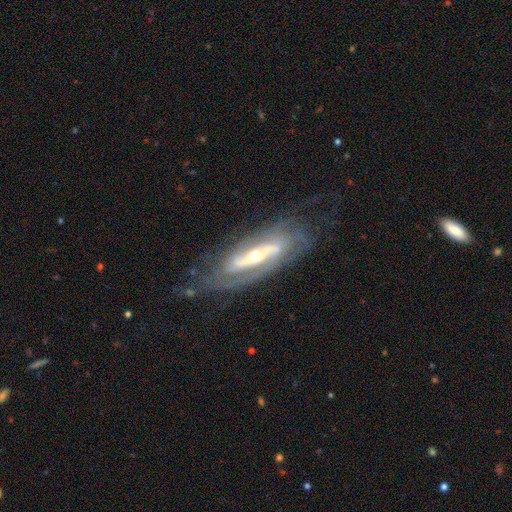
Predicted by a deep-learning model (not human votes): This appears to be a featured or disk galaxy (84%) with a strong bar (53%), 2 (56%) tight (52%) spiral arms (81%) and a moderate central bulge (50%). Merging: none (69%).